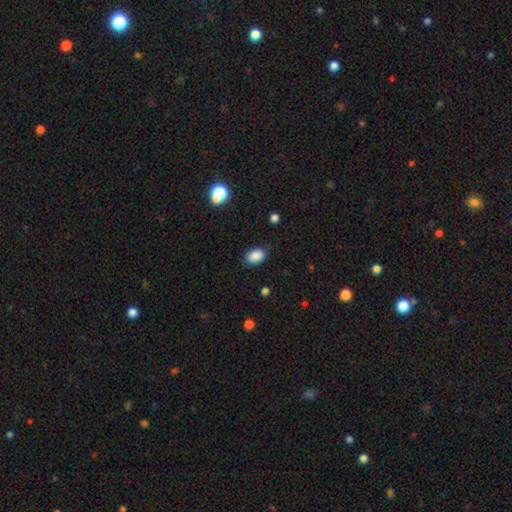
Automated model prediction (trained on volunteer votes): smooth-or-featured: smooth: 87% | star or artifact: 9% | featured or disk: 4%
  how-rounded: in between: 81% | round: 17% | cigar-shaped: 1%
  merging: none: 78% | minor disturbance: 17% | major disturbance: 4% | merger: 1%